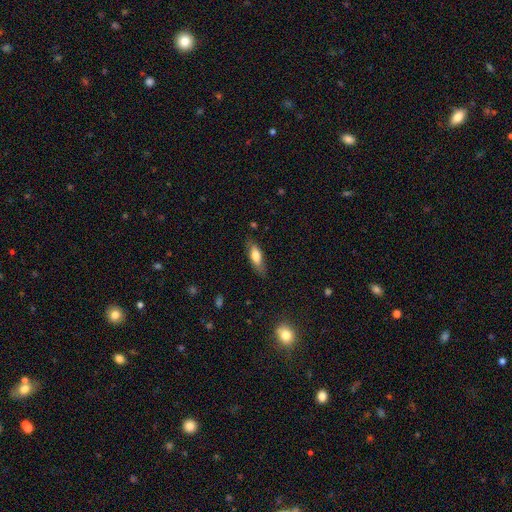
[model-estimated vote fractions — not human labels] smooth-or-featured: smooth: 69% | featured or disk: 24% | star or artifact: 7%
  how-rounded: in between: 62% | cigar-shaped: 35% | round: 3%
  merging: none: 77% | minor disturbance: 18% | major disturbance: 4% | merger: 1%